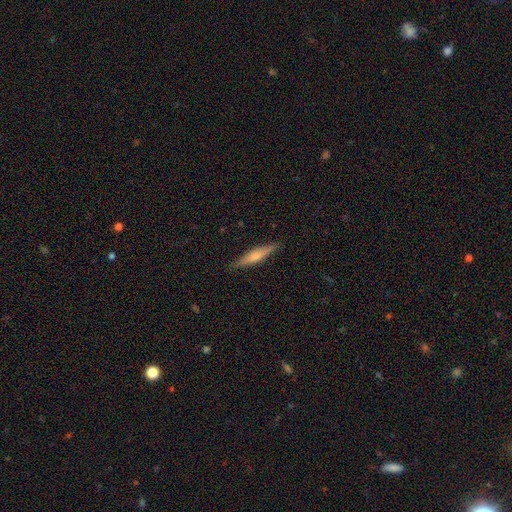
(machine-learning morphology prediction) featured or disk 47% (tied), smooth 47% (tied), star or artifact 6%. Down the decision tree: merging — none (88%).